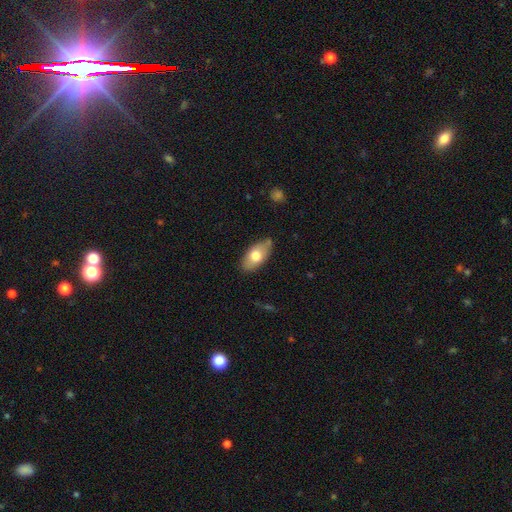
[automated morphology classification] Q: Smooth or featured?
A: smooth (71%); runner-up: featured or disk (23%)
Q: How rounded?
A: in between (91%); runner-up: cigar-shaped (5%)
Q: Merging?
A: none (78%); runner-up: minor disturbance (17%)